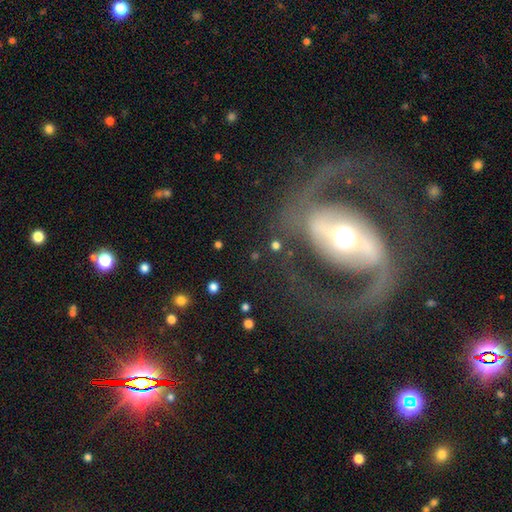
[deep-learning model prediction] Overall: featured or disk (66%). Edge-on disk: no (83%). Bar: strong (41%; no 34%). Spiral arms: yes (53%; no 47%). Bulge size: moderate (60%). Merging: none (61%; major disturbance 21%).